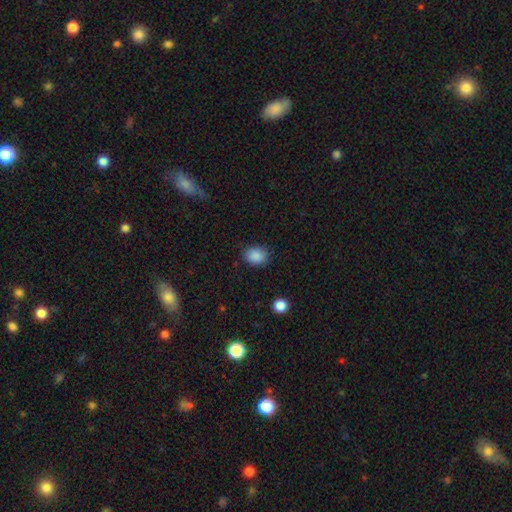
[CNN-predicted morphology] Smooth or featured?
  - smooth: 88% *
  - star or artifact: 9%
  - featured or disk: 3%
How rounded?
  - round: 53% *
  - in between: 46%
  - cigar-shaped: 1%
Merging?
  - none: 83% *
  - minor disturbance: 13%
  - major disturbance: 3%
  - merger: 1%